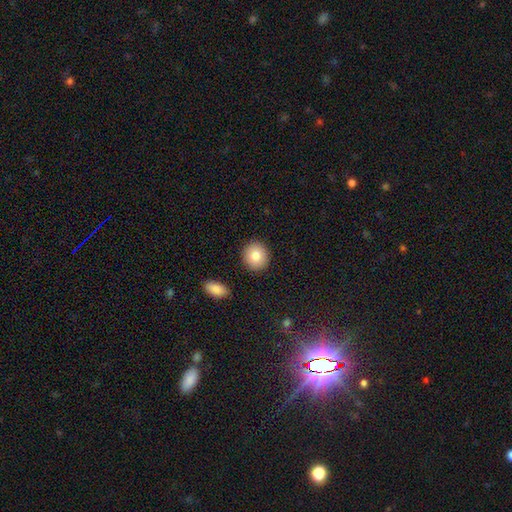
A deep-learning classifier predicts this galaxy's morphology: This is clearly a smooth galaxy (84%). How rounded: clearly round (85%). Merging: clearly none (89%).